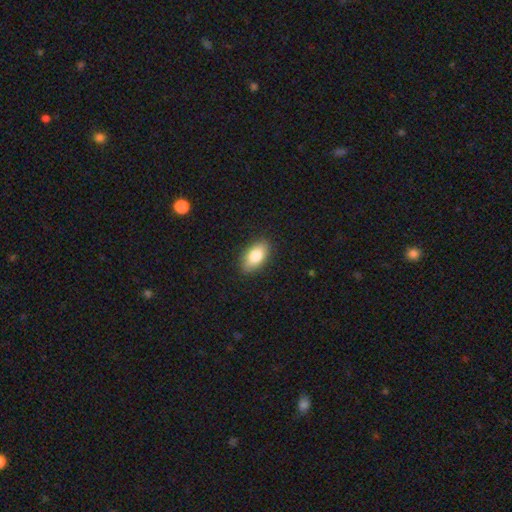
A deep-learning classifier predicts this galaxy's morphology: A smooth galaxy with no disk features (81%) that is in between round and cigar-shaped (92%). Merging: none (88%).